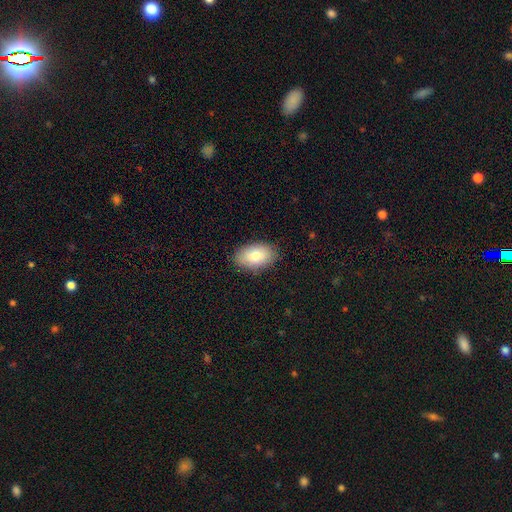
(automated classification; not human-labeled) smooth_or_featured: smooth (p=0.80) [alt: featured or disk p=0.13]
how_rounded: in between (p=0.92) [alt: round p=0.07]
merging: none (p=0.87) [alt: minor disturbance p=0.10]